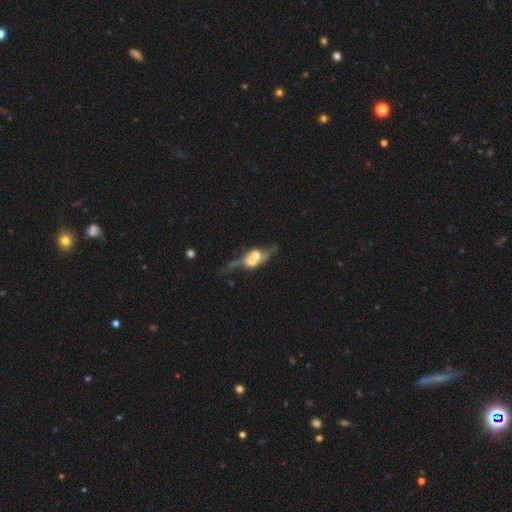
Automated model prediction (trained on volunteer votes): smooth-or-featured: featured or disk: 57% | smooth: 34% | star or artifact: 9%
  disk-edge-on: no: 64% | yes: 36%
  merging: merger: 54% | none: 24% | major disturbance: 12% | minor disturbance: 10%